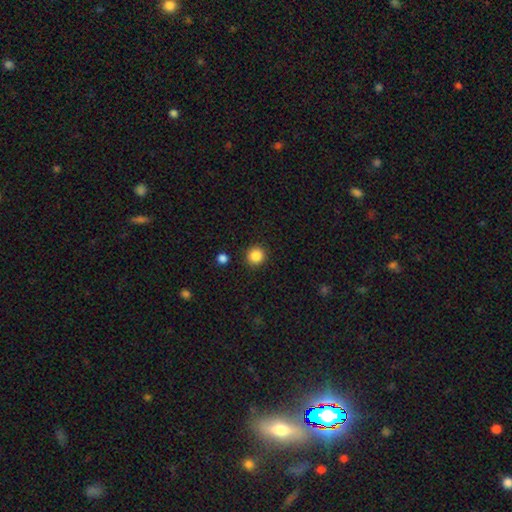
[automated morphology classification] Smooth or featured?
  - smooth: 86% *
  - star or artifact: 10%
  - featured or disk: 4%
How rounded?
  - round: 94% *
  - in between: 6%
  - cigar-shaped: 1%
Merging?
  - none: 91% *
  - minor disturbance: 5%
  - major disturbance: 2%
  - merger: 2%